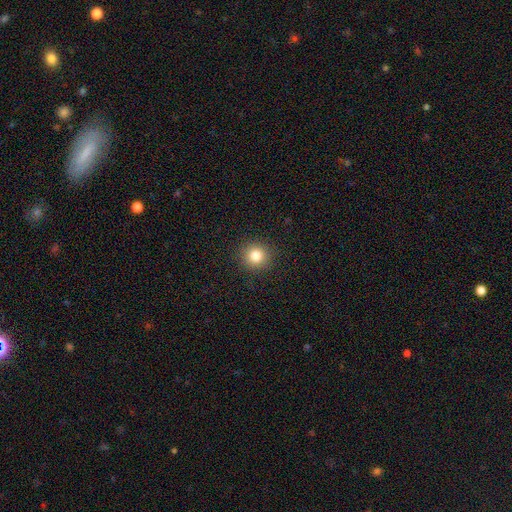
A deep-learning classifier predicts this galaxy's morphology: Smooth or featured?
  - smooth: 82% *
  - star or artifact: 12%
  - featured or disk: 6%
How rounded?
  - round: 93% *
  - in between: 6%
  - cigar-shaped: 1%
Merging?
  - none: 92% *
  - minor disturbance: 5%
  - major disturbance: 2%
  - merger: 1%